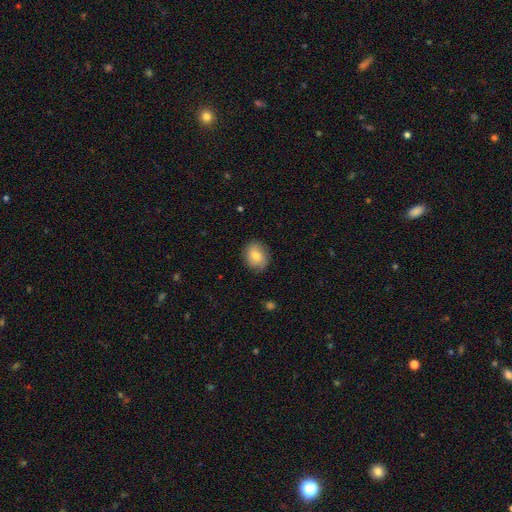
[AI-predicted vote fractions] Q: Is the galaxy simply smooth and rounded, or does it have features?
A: smooth — 74%.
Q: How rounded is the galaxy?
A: round — 56%.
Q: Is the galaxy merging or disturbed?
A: none — 84%.